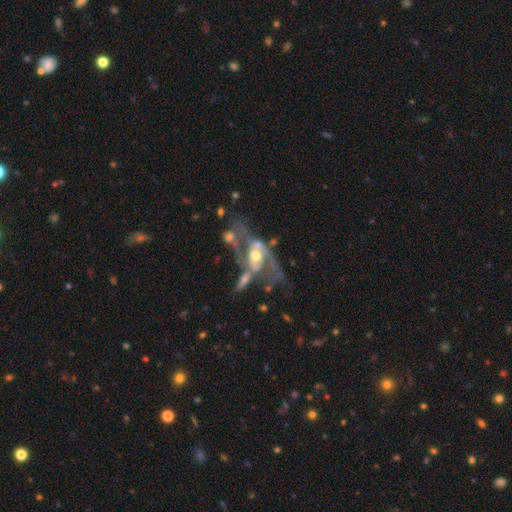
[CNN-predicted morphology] A featured or disk galaxy (82%) with no bar (52%), 2 (75%) medium (43%) spiral arms (80%) and a moderate central bulge (67%). Merging: merger (30%).